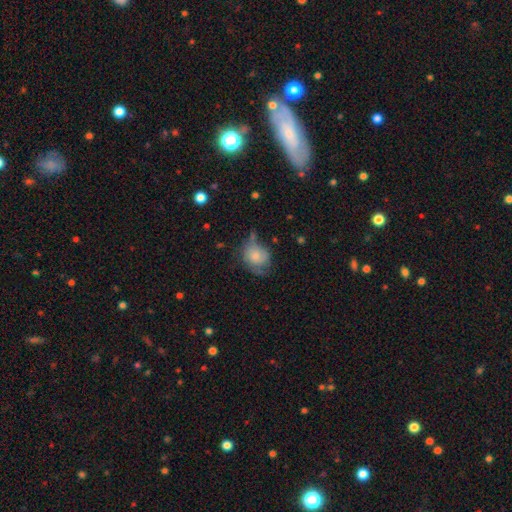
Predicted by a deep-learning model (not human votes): Smooth or featured: smooth — 66% (featured or disk — 26%)
How rounded: round — 60% (in between — 39%)
Merging: none — 42% (minor disturbance — 35%)